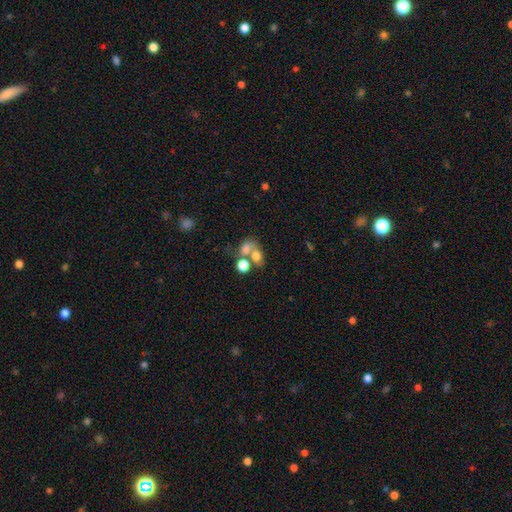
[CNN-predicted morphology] This appears to be a smooth galaxy with no disk features (66%) that is in between round and cigar-shaped (51%). Merging: merger (55%).